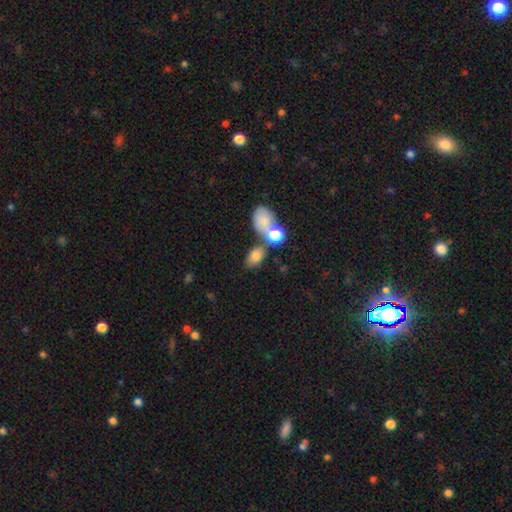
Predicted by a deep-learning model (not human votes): smooth_or_featured: smooth (p=0.78) [alt: star or artifact p=0.12]
how_rounded: in between (p=0.81) [alt: round p=0.17]
merging: none (p=0.52) [alt: merger p=0.28]